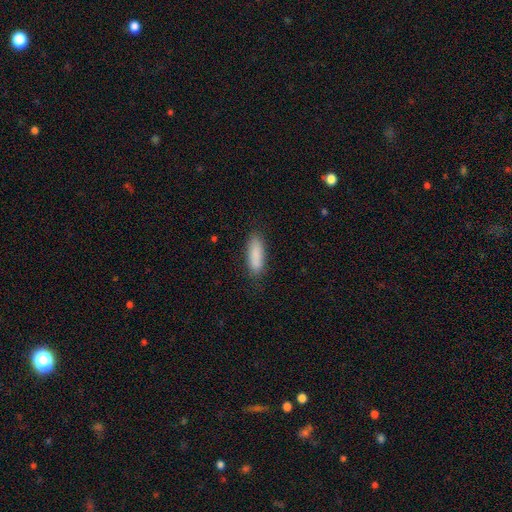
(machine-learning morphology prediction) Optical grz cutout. It shows a smooth galaxy with no disk features (88%) that is in between round and cigar-shaped (56%). Merging: none (84%).